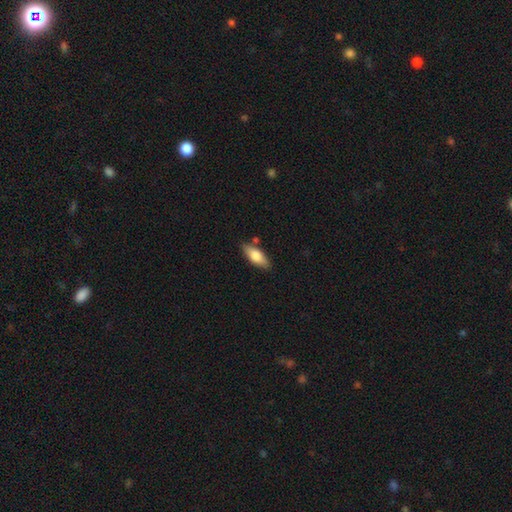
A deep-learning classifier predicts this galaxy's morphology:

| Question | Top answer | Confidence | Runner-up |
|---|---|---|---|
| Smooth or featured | smooth | 73% | featured or disk (21%) |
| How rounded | in between | 74% | cigar-shaped (23%) |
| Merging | none | 80% | minor disturbance (13%) |